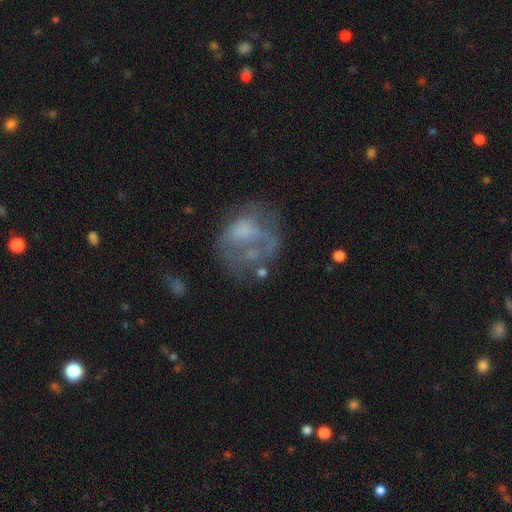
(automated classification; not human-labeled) smooth-or-featured: featured or disk: 48% | smooth: 36% | star or artifact: 16%
  merging: none: 42% | major disturbance: 30% | minor disturbance: 20% | merger: 8%